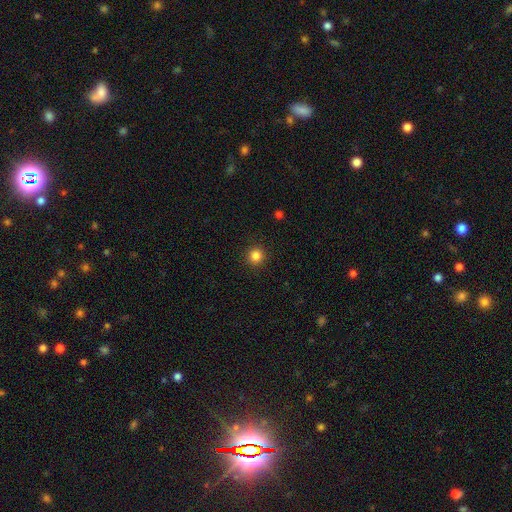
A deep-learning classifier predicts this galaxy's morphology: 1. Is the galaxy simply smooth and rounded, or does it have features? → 84% smooth, 12% star or artifact, 4% featured or disk.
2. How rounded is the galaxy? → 94% round, 5% in between, 1% cigar-shaped.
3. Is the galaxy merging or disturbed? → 92% none, 5% minor disturbance, 2% major disturbance, 1% merger.